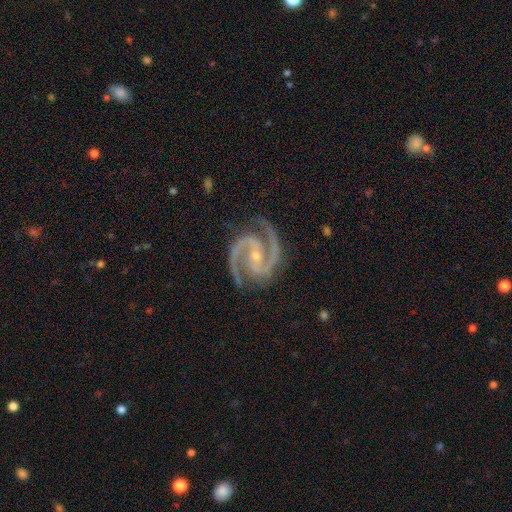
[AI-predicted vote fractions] This appears to be a featured or disk galaxy (95%) with a weak bar (35%), 2 (93%) medium (62%) spiral arms (99%) and a small central bulge (70%). Merging: none (82%).